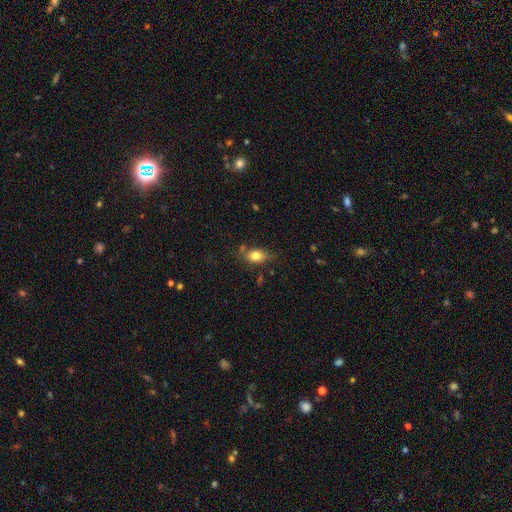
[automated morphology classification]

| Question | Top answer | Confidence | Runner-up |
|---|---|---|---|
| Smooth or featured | smooth | 78% | featured or disk (13%) |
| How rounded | in between | 80% | round (15%) |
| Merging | none | 68% | minor disturbance (21%) |